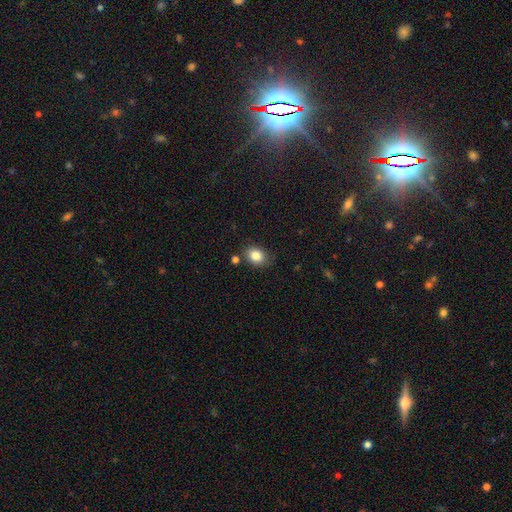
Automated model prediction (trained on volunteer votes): smooth-or-featured: smooth: 83% | star or artifact: 10% | featured or disk: 7%
  how-rounded: in between: 57% | round: 42% | cigar-shaped: 1%
  merging: none: 79% | minor disturbance: 13% | merger: 5% | major disturbance: 3%